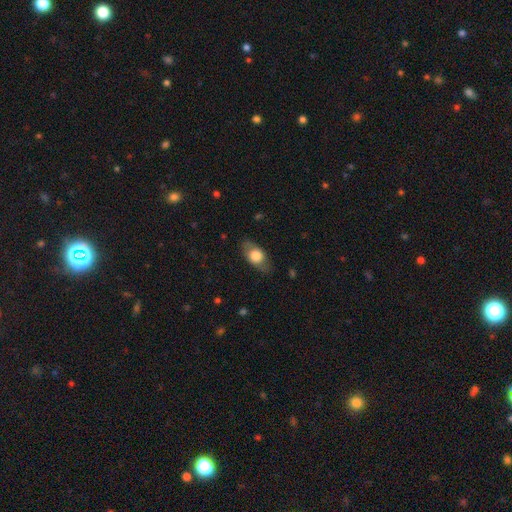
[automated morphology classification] A smooth galaxy with no disk features (67%) that is in between round and cigar-shaped (83%). Merging: none (77%).